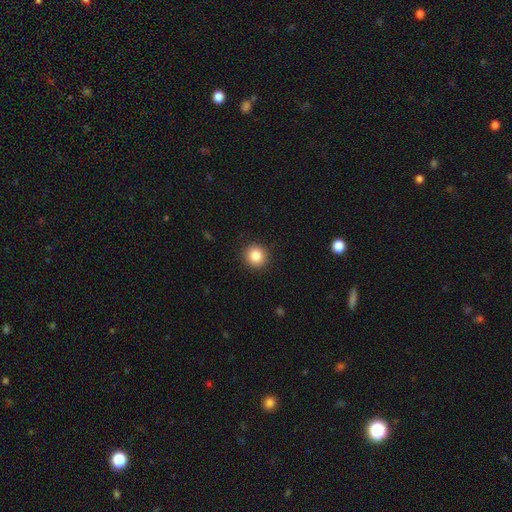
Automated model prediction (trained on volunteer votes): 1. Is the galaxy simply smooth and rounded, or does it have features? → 85% smooth, 10% star or artifact, 5% featured or disk.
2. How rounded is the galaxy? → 91% round, 8% in between, 1% cigar-shaped.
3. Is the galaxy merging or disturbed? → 91% none, 6% minor disturbance, 2% major disturbance, 1% merger.